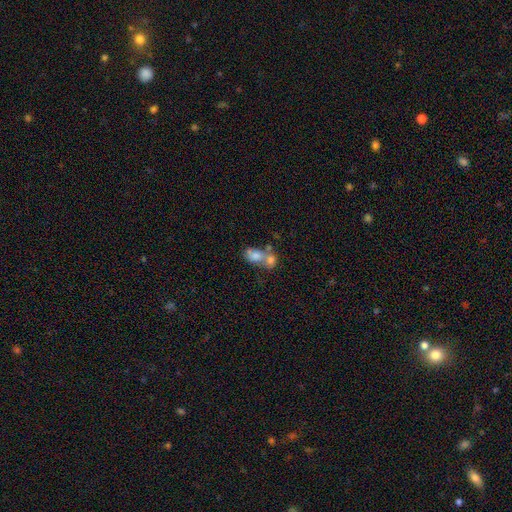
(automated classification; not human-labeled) A smooth galaxy with no disk features (69%) that is in between round and cigar-shaped (67%). Merging: merger (70%).